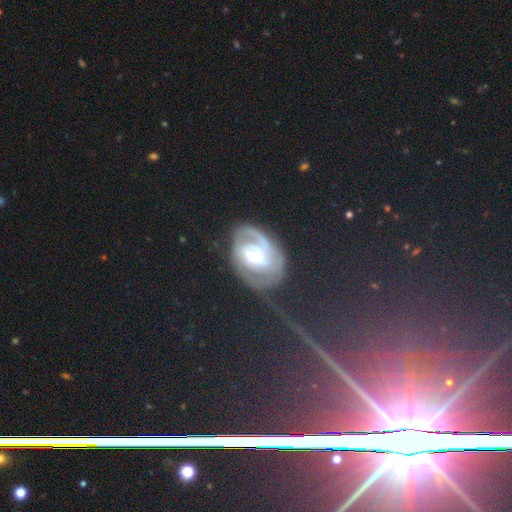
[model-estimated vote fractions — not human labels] smooth-or-featured: featured or disk: 76% | smooth: 13% | star or artifact: 11%
  disk-edge-on: no: 97% | yes: 3%
    bar: weak: 42% (tied) | no: 42% (tied) | strong: 15%
    has-spiral-arms: yes: 88% | no: 12%
      spiral-winding: tight: 53% | medium: 35% | loose: 12%
      spiral-arm-count: 2: 43% | can't tell: 28% | 1: 13% | 3: 8% | 4: 4% | more than 4: 4%
    bulge-size: small: 58% | moderate: 37% | large: 3% | none: 1% | dominant: 1%
  merging: none: 54% | minor disturbance: 23% | major disturbance: 20% | merger: 3%